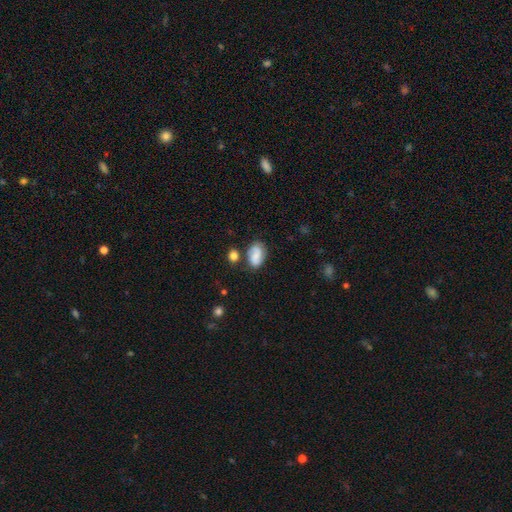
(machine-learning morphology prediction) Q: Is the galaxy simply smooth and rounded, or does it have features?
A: smooth — 62%.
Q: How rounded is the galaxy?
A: in between — 87%.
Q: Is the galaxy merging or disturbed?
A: none — 59%.